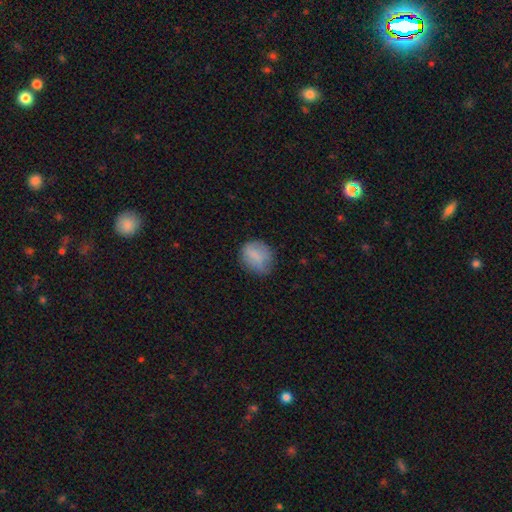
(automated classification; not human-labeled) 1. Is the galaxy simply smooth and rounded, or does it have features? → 79% smooth, 13% featured or disk, 8% star or artifact.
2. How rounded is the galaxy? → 57% round, 42% in between, 1% cigar-shaped.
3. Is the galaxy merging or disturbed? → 61% none, 29% minor disturbance, 9% major disturbance, 1% merger.